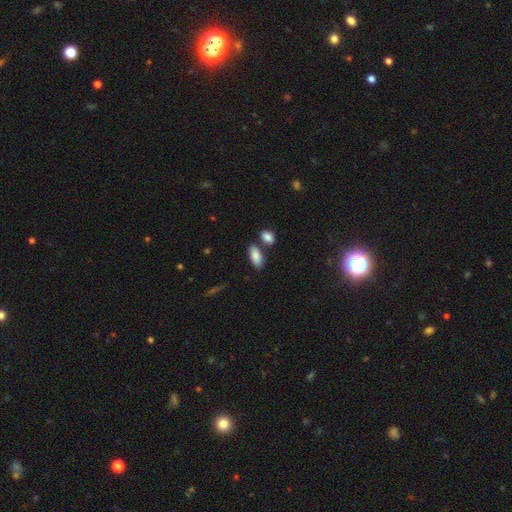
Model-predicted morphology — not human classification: smooth 87%, featured or disk 7%, star or artifact 6%. Down the decision tree: how rounded — in between (87%); merging — none (71%).